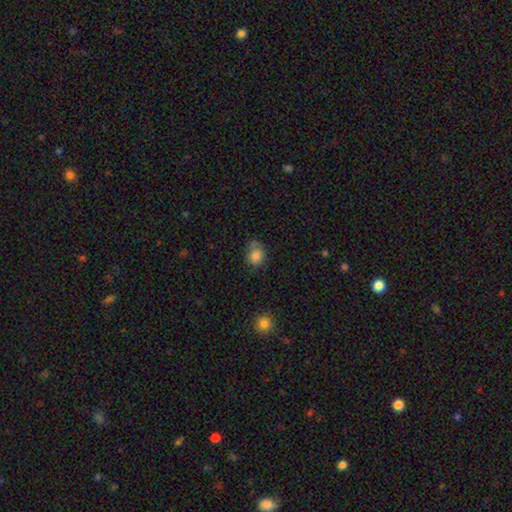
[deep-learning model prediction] A smooth galaxy with no disk features (83%) that is round (68%). Merging: none (54%).